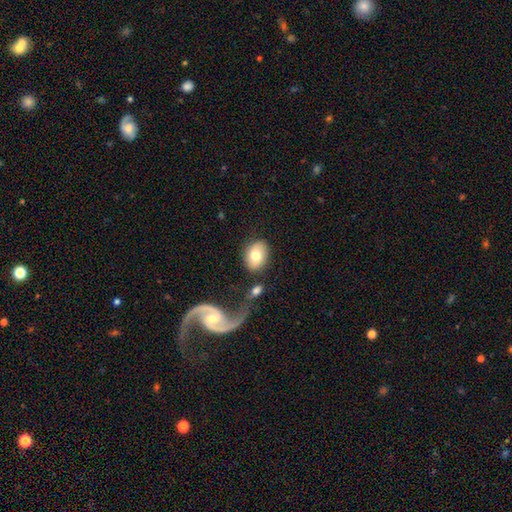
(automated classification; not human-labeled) A smooth galaxy with no disk features (74%) that is in between round and cigar-shaped (69%). Merging: none (74%).